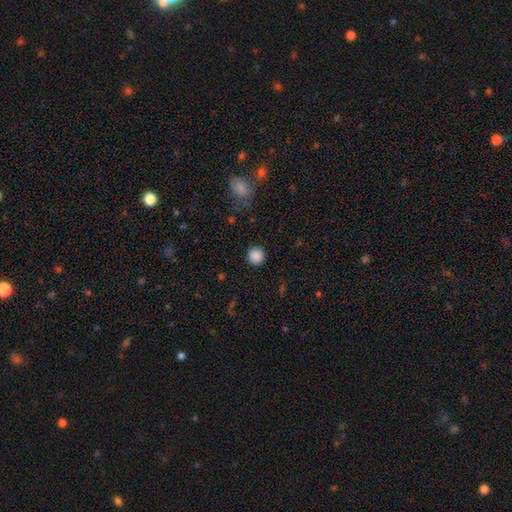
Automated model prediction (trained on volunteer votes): Smooth or featured?
  - smooth: 88% *
  - star or artifact: 10%
  - featured or disk: 3%
How rounded?
  - round: 94% *
  - in between: 5%
  - cigar-shaped: 1%
Merging?
  - none: 90% *
  - minor disturbance: 6%
  - major disturbance: 2%
  - merger: 1%